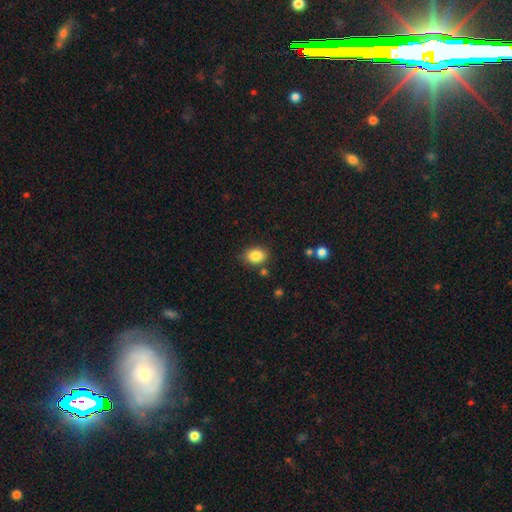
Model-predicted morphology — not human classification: The model was most divided on "how rounded": in between: 72%, round: 27%, cigar-shaped: 1%. More confident: smooth or featured — smooth (86%); merging — none (78%).